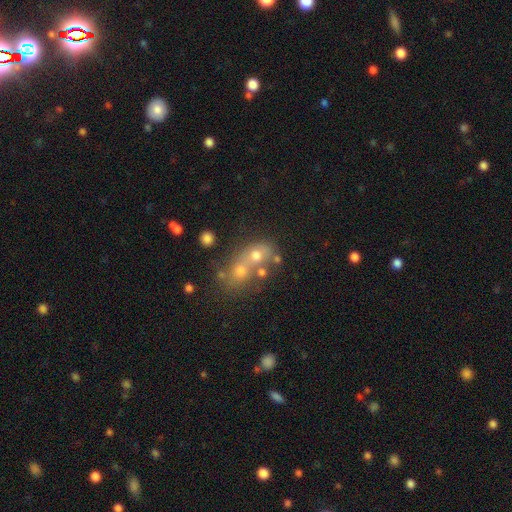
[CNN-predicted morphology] type=smooth (48%); merging=merger (60%).